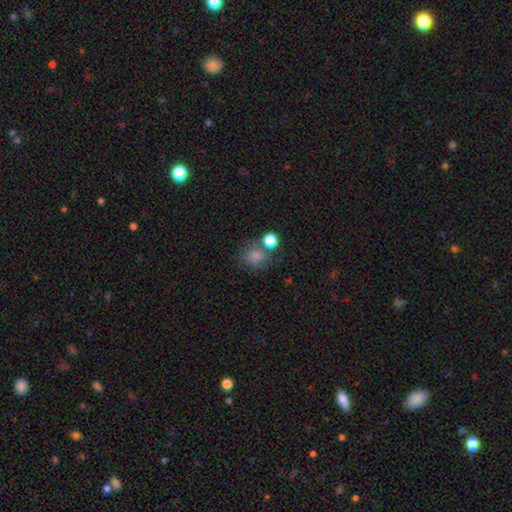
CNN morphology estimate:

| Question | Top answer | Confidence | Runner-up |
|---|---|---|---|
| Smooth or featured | smooth | 78% | star or artifact (13%) |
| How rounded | round | 76% | in between (23%) |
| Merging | none | 55% | merger (21%) |